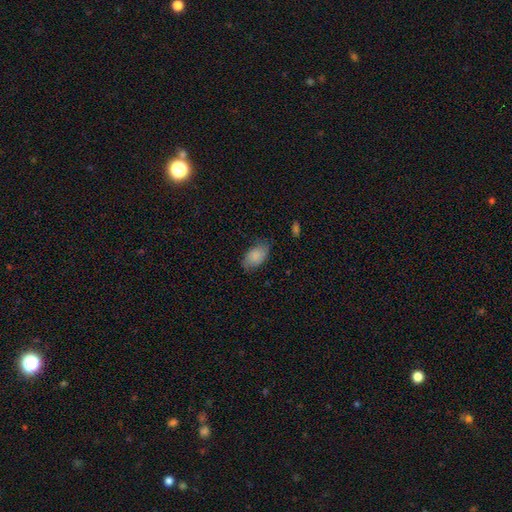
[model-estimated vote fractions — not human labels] Q: Smooth or featured?
A: smooth (84%); runner-up: featured or disk (9%)
Q: How rounded?
A: in between (92%); runner-up: round (6%)
Q: Merging?
A: none (74%); runner-up: minor disturbance (20%)